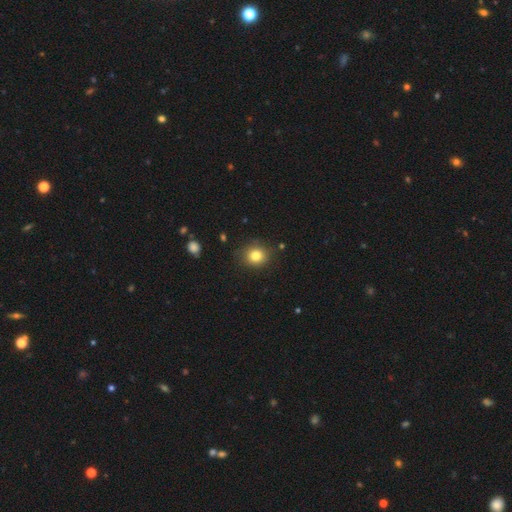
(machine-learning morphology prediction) This is clearly a smooth galaxy (82%). How rounded: likely round (78%). Merging: clearly none (86%).